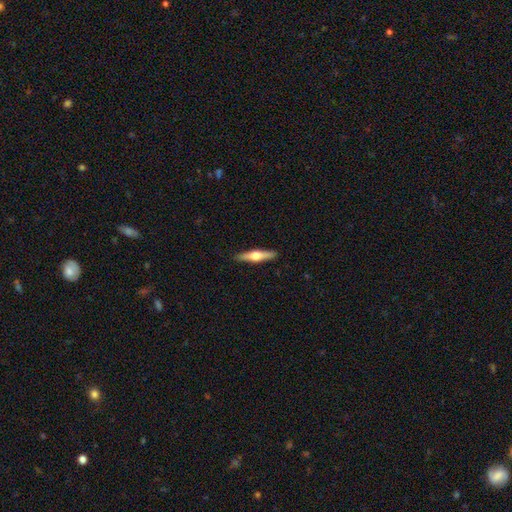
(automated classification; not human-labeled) A featured or disk galaxy (56%) viewed edge-on (96%) with a rounded central bulge (94%). Merging: none (91%).